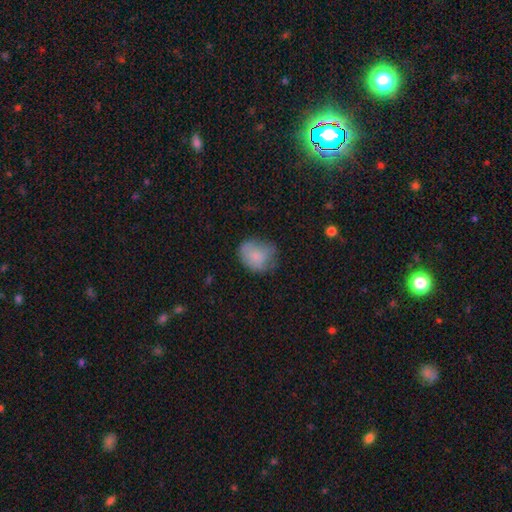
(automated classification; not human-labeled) The model was most divided on "merging": none: 51%, minor disturbance: 34%, major disturbance: 13%, merger: 2%. More confident: smooth or featured — smooth (77%); how rounded — round (59%).